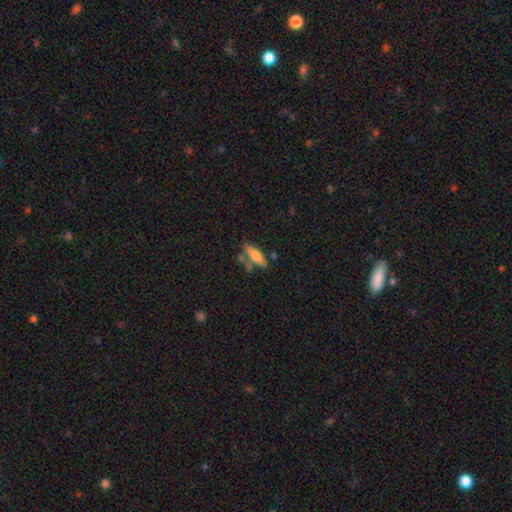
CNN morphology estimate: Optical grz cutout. It shows a smooth galaxy with no disk features (67%) that is cigar-shaped (58%). Merging: none (62%).